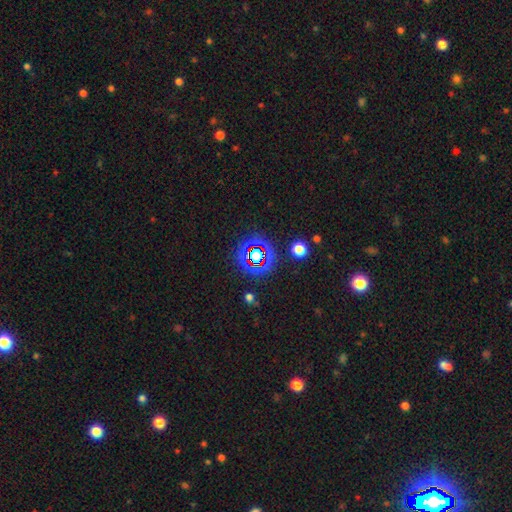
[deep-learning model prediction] This is likely a star or artifact rather than a galaxy (72%).